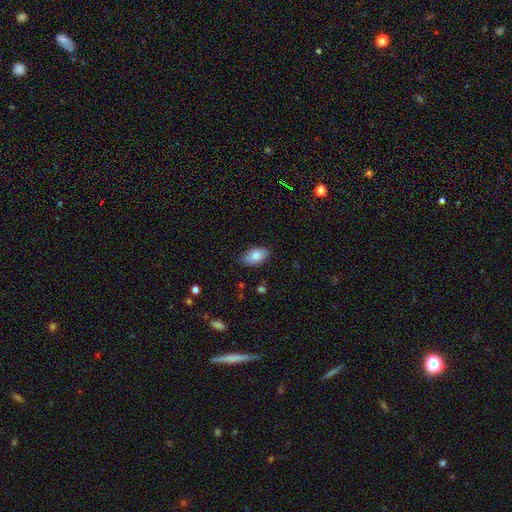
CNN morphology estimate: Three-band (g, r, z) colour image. It shows a smooth galaxy with no disk features (84%) that is in between round and cigar-shaped (93%). Merging: none (76%).